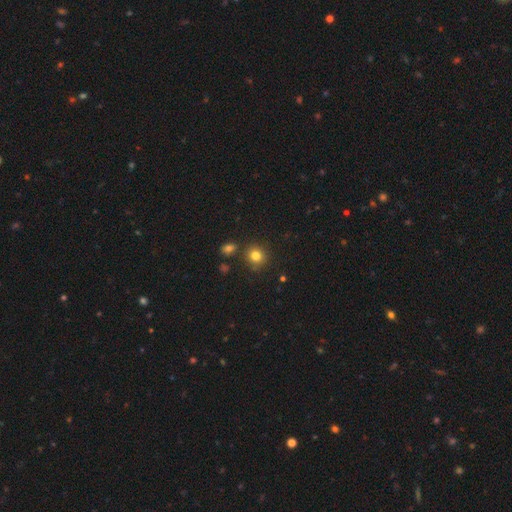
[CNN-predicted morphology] type=smooth (80%); roundness=round (88%); merging=none (83%).